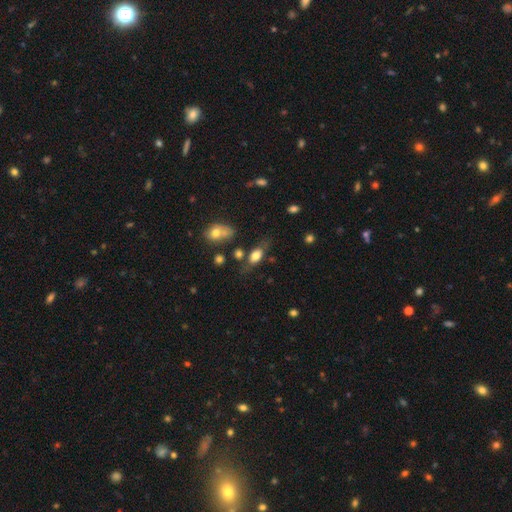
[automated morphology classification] type=smooth (69%); roundness=in between (81%); merging=none (60%).